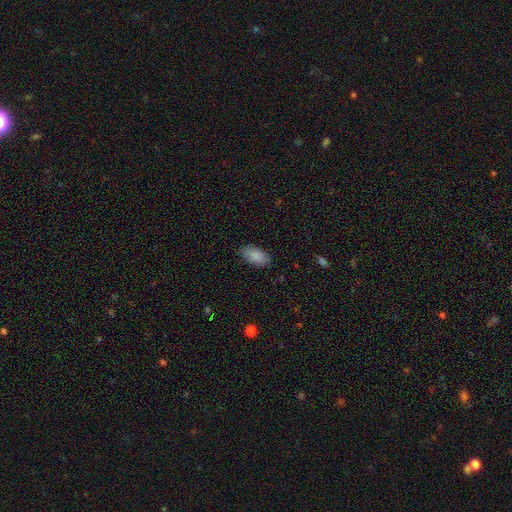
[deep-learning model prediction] Overall: smooth (88%). How rounded: in between (94%). Merging: none (85%).